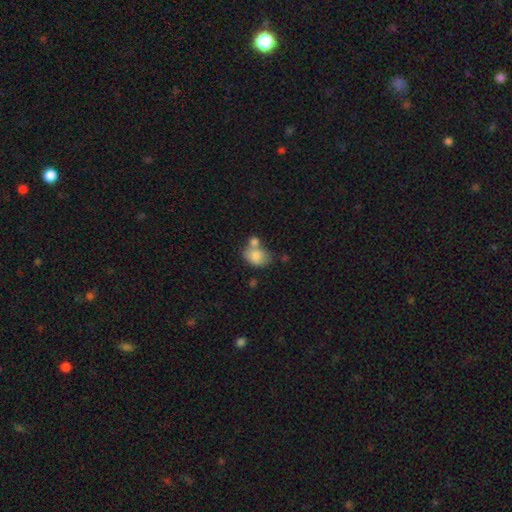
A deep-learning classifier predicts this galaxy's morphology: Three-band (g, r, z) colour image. It shows a smooth galaxy with no disk features (79%) that is in between round and cigar-shaped (65%). Merging: merger (43%).